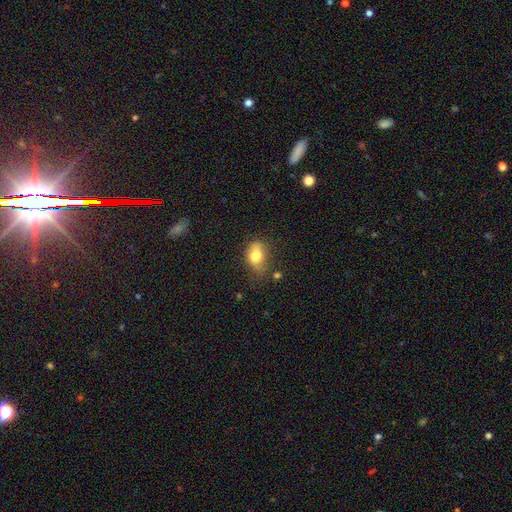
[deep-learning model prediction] Smooth or featured? smooth (74%)
How rounded? in between (75%)
Merging? none (50%)